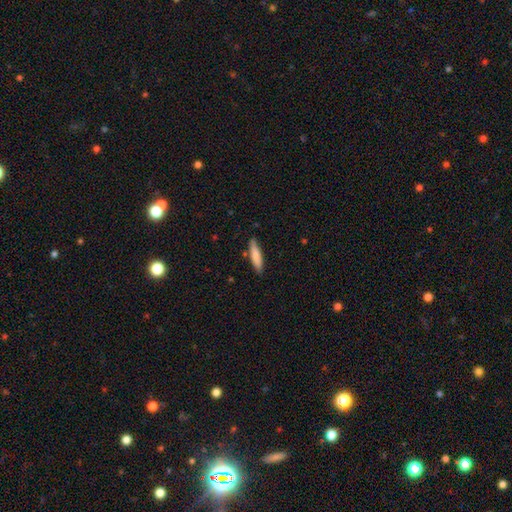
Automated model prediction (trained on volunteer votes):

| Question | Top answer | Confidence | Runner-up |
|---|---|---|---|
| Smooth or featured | smooth | 81% | featured or disk (14%) |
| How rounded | cigar-shaped | 81% | in between (18%) |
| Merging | none | 85% | minor disturbance (11%) |